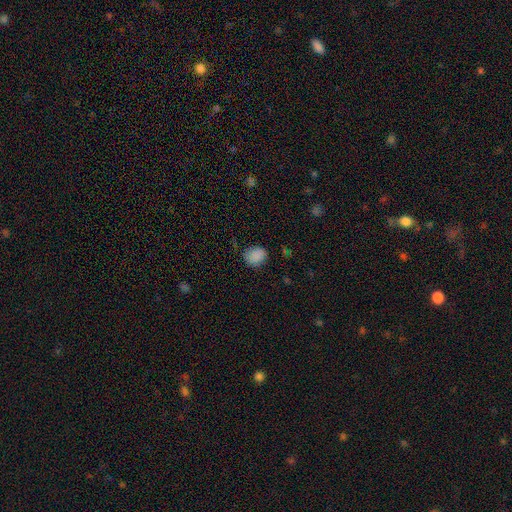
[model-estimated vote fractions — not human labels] A smooth galaxy with no disk features (85%) that is round (56%).

Vote fractions:
- Smooth or featured? smooth: 85% / star or artifact: 9% / featured or disk: 5%
- How rounded? round: 56% / in between: 43% / cigar-shaped: 1%
- Merging? none: 72% / minor disturbance: 22% / major disturbance: 4% / merger: 2%